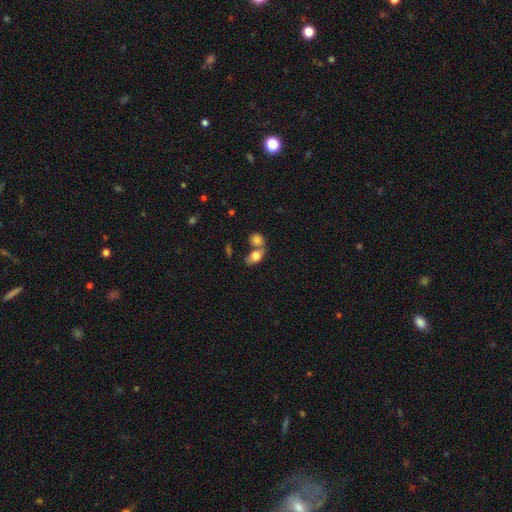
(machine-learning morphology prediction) Smooth or featured? Predicted: smooth (p=0.77). How rounded? Predicted: in between (p=0.78). Merging? Predicted: merger (p=0.54).